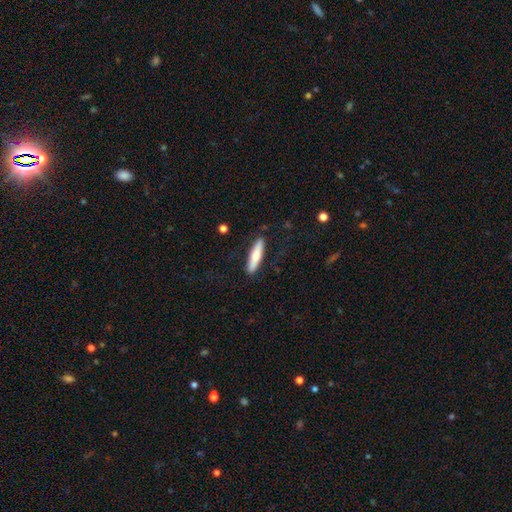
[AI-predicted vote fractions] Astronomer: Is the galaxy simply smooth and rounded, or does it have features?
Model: smooth — 76%.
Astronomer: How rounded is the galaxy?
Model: cigar-shaped — 82%.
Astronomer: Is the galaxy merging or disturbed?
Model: none — 88%.